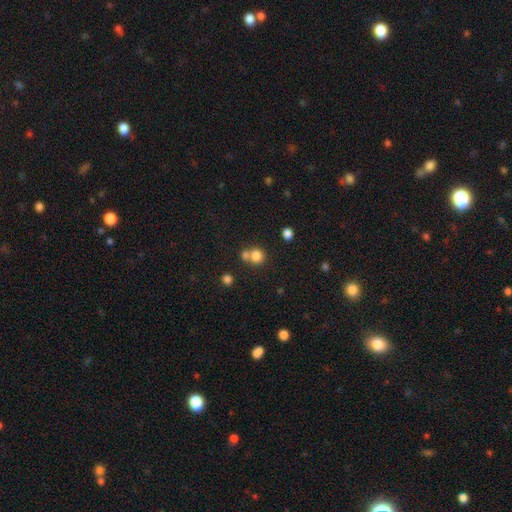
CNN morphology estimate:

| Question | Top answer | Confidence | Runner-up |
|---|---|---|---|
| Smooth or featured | smooth | 79% | star or artifact (12%) |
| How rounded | round | 82% | in between (17%) |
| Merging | none | 48% | merger (41%) |